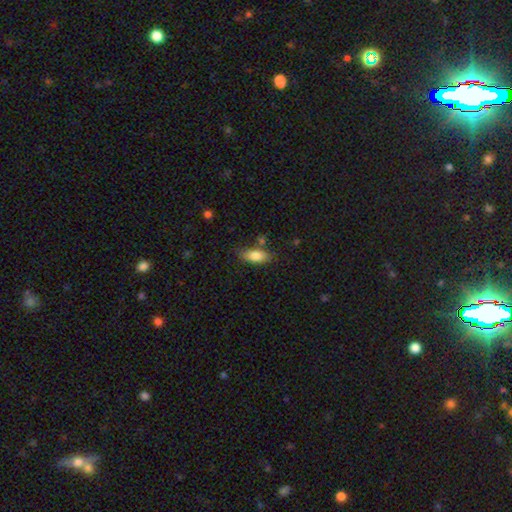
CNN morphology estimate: Smooth or featured: smooth — 82% (featured or disk — 11%)
How rounded: in between — 81% (cigar-shaped — 16%)
Merging: none — 73% (minor disturbance — 17%)